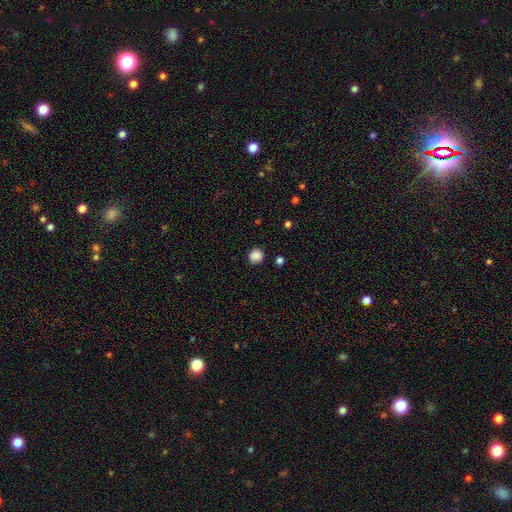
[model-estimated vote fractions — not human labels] This is clearly a smooth galaxy (87%). How rounded: clearly round (90%). Merging: clearly none (87%).